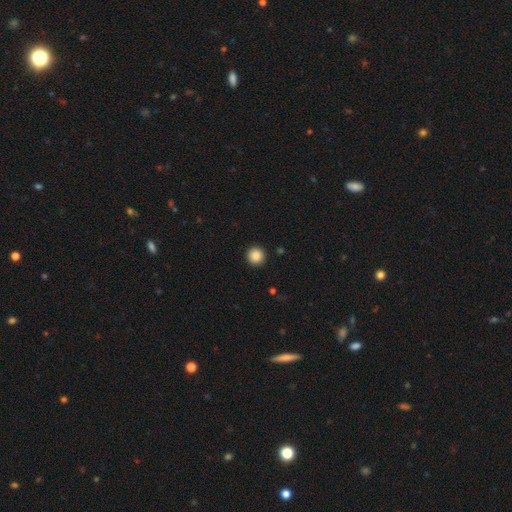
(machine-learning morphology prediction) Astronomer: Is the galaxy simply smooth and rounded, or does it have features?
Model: smooth — 88%.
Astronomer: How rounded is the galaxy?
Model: round — 96%.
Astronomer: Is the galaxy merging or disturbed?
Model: none — 93%.